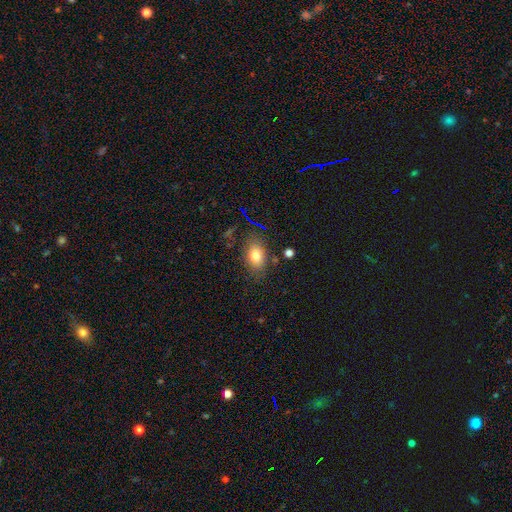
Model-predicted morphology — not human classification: A smooth galaxy with no disk features (78%) that is in between round and cigar-shaped (82%).

Vote fractions:
- Smooth or featured? smooth: 78% / star or artifact: 11% / featured or disk: 11%
- How rounded? in between: 82% / round: 16% / cigar-shaped: 2%
- Merging? none: 79% / minor disturbance: 13% / major disturbance: 4% / merger: 3%